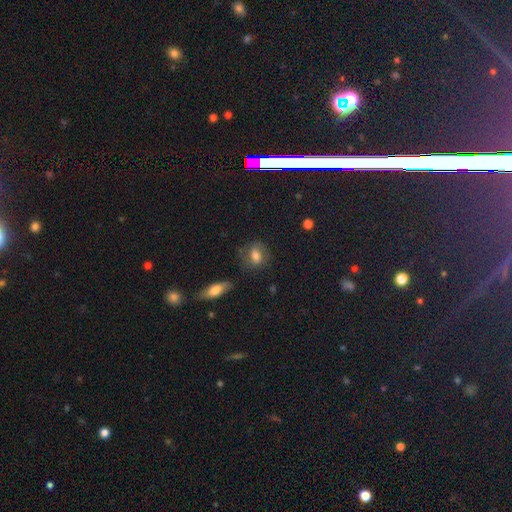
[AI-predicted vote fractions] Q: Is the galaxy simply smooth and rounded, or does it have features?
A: smooth — 65%.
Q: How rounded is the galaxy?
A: in between — 59%.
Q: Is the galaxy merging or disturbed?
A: none — 69%.